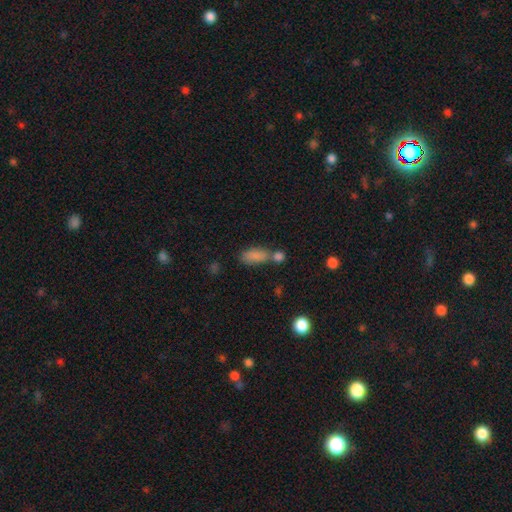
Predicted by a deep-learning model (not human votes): Smooth or featured?
  - smooth: 84% *
  - star or artifact: 9%
  - featured or disk: 7%
How rounded?
  - in between: 83% *
  - cigar-shaped: 13%
  - round: 4%
Merging?
  - none: 45% *
  - merger: 36%
  - minor disturbance: 14%
  - major disturbance: 6%